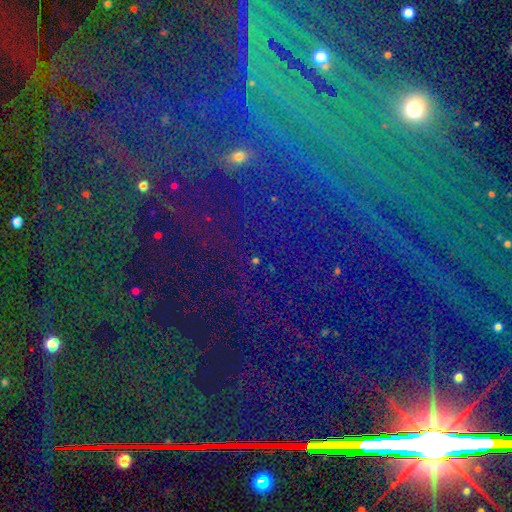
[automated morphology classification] smooth_or_featured: star or artifact (p=0.85) [alt: smooth p=0.08]